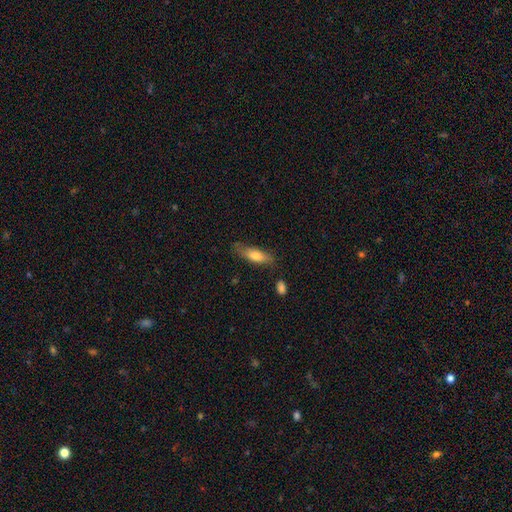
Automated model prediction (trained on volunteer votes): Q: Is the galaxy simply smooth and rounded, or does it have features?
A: smooth — 71%.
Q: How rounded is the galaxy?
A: in between — 49%.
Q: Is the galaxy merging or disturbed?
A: none — 71%.